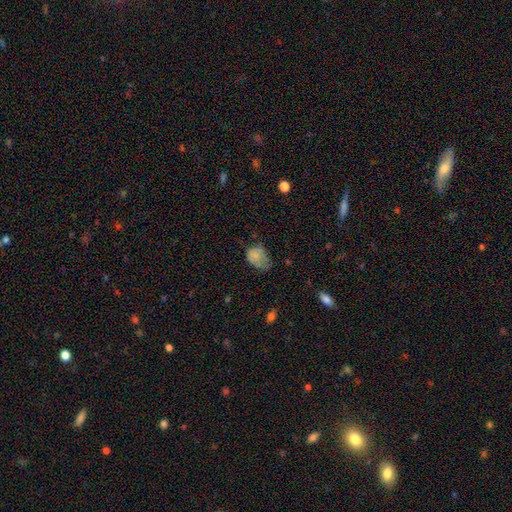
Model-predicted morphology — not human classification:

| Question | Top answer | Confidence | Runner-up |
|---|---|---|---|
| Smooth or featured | smooth | 74% | featured or disk (14%) |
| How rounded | in between | 72% | round (27%) |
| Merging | minor disturbance | 39% | none (31%) |